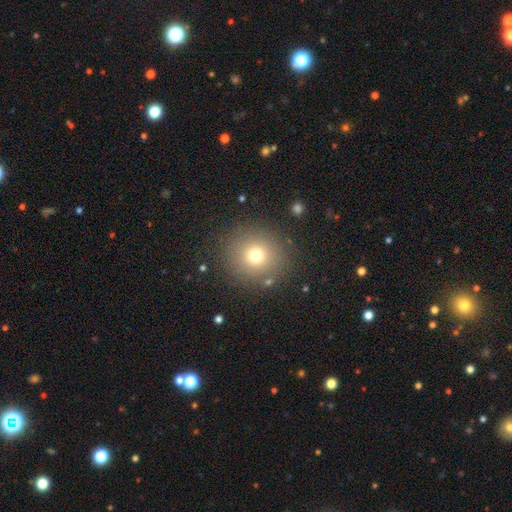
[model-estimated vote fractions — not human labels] smooth 72%, star or artifact 16%, featured or disk 11%. Down the decision tree: how rounded — round (93%); merging — none (87%).